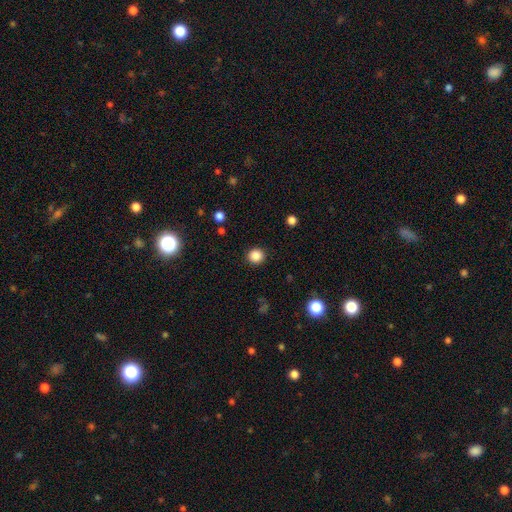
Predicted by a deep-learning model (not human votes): Q: Smooth or featured?
A: smooth (85%); runner-up: star or artifact (11%)
Q: How rounded?
A: round (92%); runner-up: in between (7%)
Q: Merging?
A: none (92%); runner-up: minor disturbance (5%)